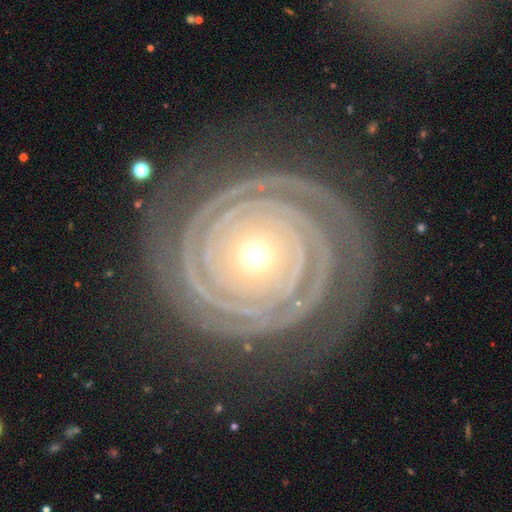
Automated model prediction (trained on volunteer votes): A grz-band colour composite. It shows a featured or disk galaxy (92%) with no bar (79%), 2 (51%) tight (93%) spiral arms (99%) and a small central bulge (53%). Merging: none (83%).